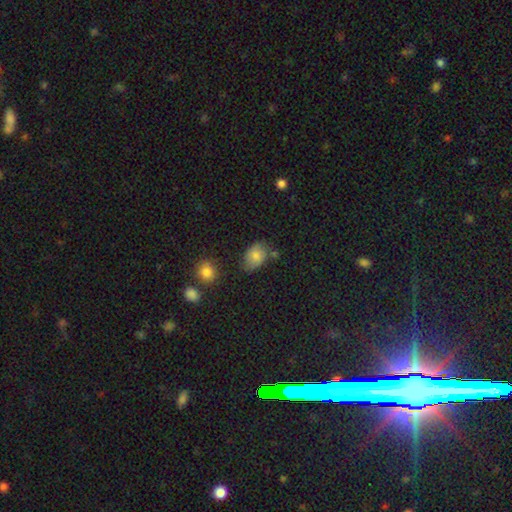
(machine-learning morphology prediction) smooth_or_featured: smooth (p=0.81) [alt: featured or disk p=0.10]
how_rounded: in between (p=0.76) [alt: round p=0.23]
merging: none (p=0.62) [alt: minor disturbance p=0.25]